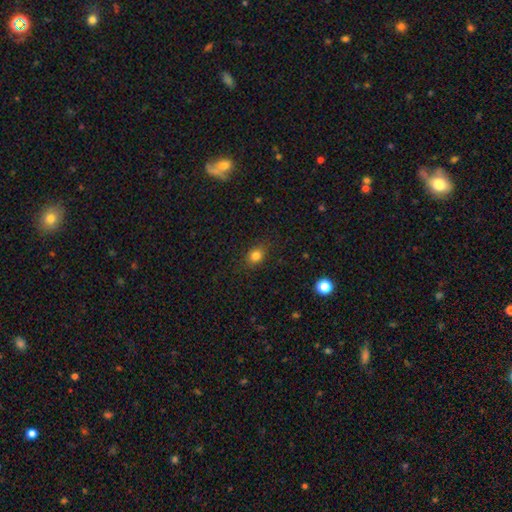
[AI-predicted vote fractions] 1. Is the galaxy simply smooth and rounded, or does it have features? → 82% smooth, 12% star or artifact, 6% featured or disk.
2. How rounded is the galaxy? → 61% round, 38% in between, 1% cigar-shaped.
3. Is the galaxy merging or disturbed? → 84% none, 11% minor disturbance, 3% major disturbance, 1% merger.